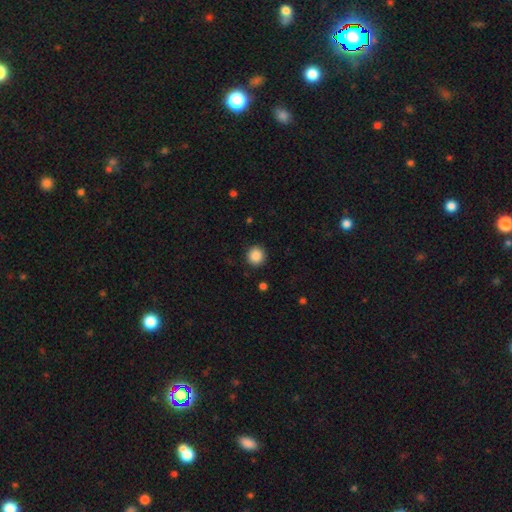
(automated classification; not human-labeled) smooth_or_featured: smooth (p=0.87) [alt: star or artifact p=0.09]
how_rounded: round (p=0.93) [alt: in between p=0.06]
merging: none (p=0.92) [alt: minor disturbance p=0.05]